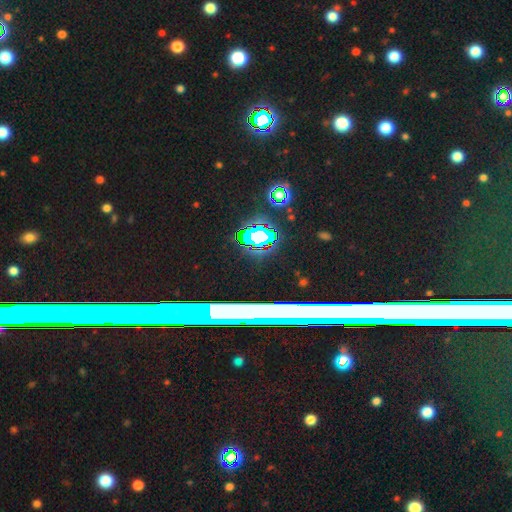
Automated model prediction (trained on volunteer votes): Smooth or featured? Predicted: star or artifact (p=0.70).